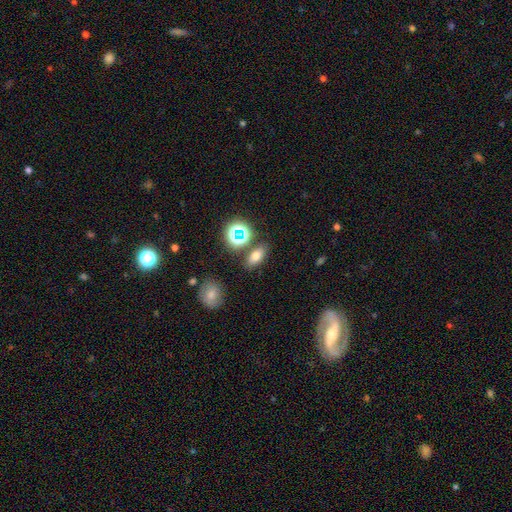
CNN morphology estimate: type=smooth (68%); roundness=in between (79%); merging=none (79%).